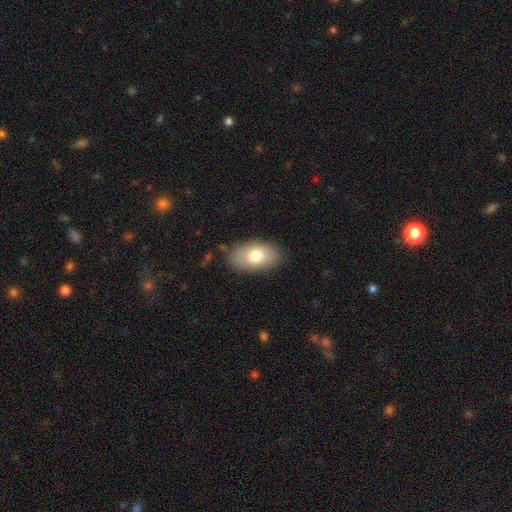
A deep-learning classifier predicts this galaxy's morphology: Smooth or featured? Predicted: smooth (p=0.76). How rounded? Predicted: in between (p=0.92). Merging? Predicted: none (p=0.81).